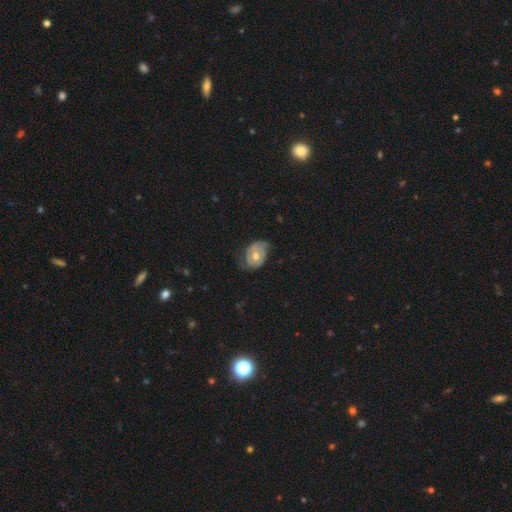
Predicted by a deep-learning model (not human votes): A featured or disk galaxy (59%) with no bar (65%), spiral arms (69%) and a moderate central bulge (76%). Merging: none (53%).